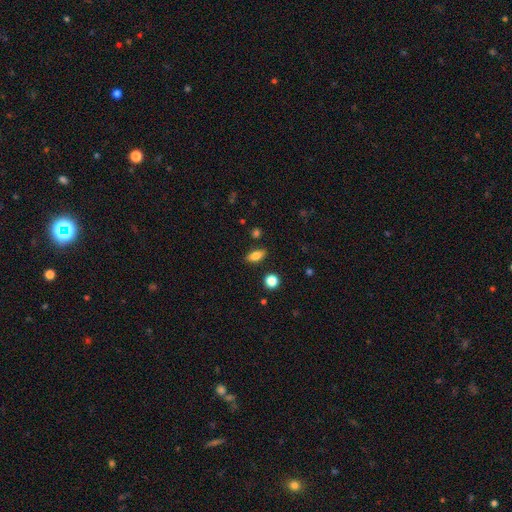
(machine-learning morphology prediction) Q: Smooth or featured?
A: smooth (80%); runner-up: featured or disk (11%)
Q: How rounded?
A: in between (82%); runner-up: cigar-shaped (11%)
Q: Merging?
A: none (86%); runner-up: minor disturbance (9%)